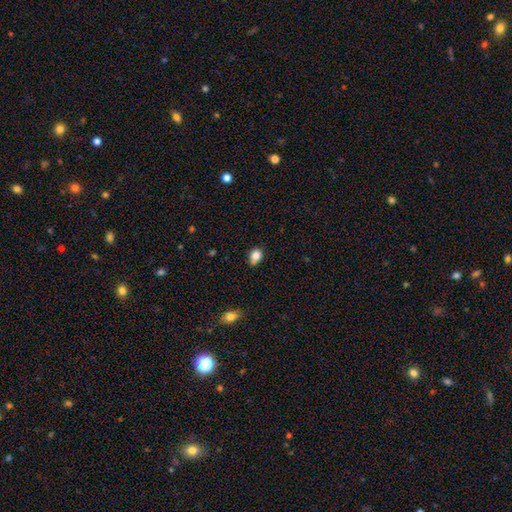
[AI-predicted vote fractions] Morphology: type=smooth (82%); roundness=round (55%); merging=none (58%).